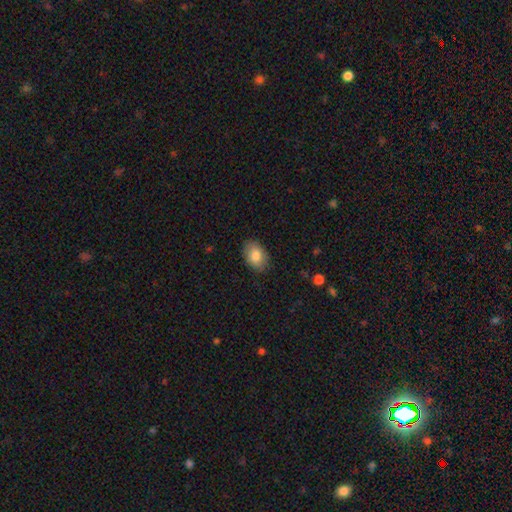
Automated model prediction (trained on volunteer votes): The model was most divided on "how rounded": in between: 84%, round: 15%, cigar-shaped: 1%. More confident: merging — none (86%); smooth or featured — smooth (84%).